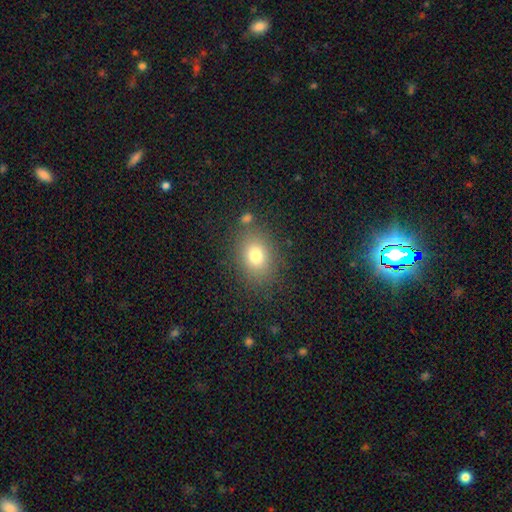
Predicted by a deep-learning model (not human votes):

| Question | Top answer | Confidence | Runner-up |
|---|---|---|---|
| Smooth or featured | smooth | 77% | star or artifact (12%) |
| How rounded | in between | 59% | round (40%) |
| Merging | none | 81% | minor disturbance (11%) |